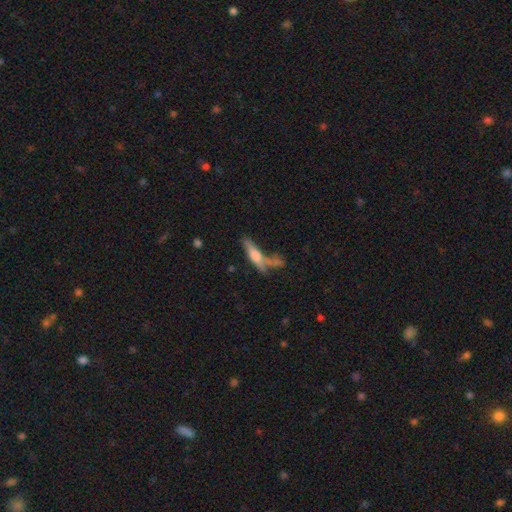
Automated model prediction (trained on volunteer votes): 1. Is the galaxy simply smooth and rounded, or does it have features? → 46% featured or disk, 45% smooth, 9% star or artifact.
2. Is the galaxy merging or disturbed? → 48% none, 25% merger, 17% minor disturbance, 10% major disturbance.